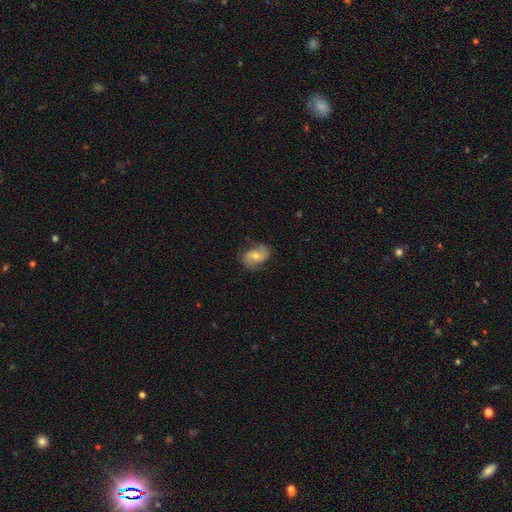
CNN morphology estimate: featured or disk 63%, smooth 27%, star or artifact 9%. Down the decision tree: edge-on disk — no (96%); bar — no (58%); spiral arms — yes (89%); spiral arm count — 2 (86%); spiral winding — medium (43%); bulge size — moderate (61%); merging — none (77%).